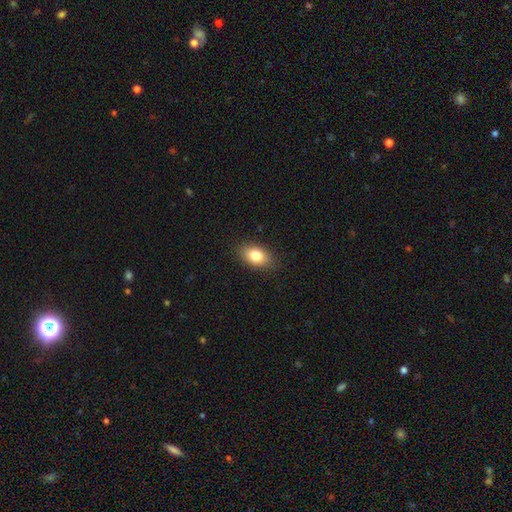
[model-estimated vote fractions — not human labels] Smooth or featured?
  - smooth: 81% *
  - featured or disk: 11%
  - star or artifact: 8%
How rounded?
  - in between: 87% *
  - round: 11%
  - cigar-shaped: 2%
Merging?
  - none: 87% *
  - minor disturbance: 10%
  - major disturbance: 2%
  - merger: 1%